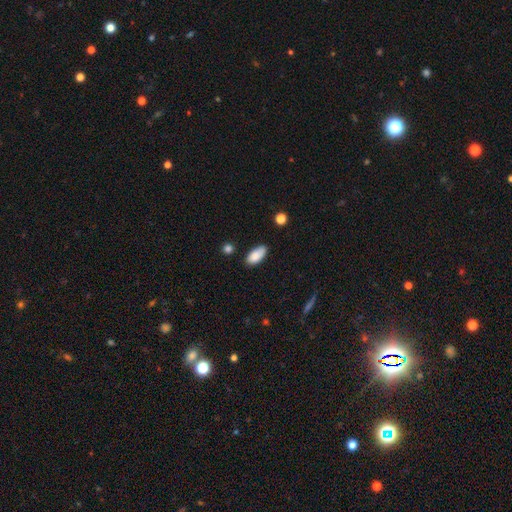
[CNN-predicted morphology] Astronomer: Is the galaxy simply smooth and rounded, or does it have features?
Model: smooth — 86%.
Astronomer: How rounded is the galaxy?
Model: in between — 91%.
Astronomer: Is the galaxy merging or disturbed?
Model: none — 78%.